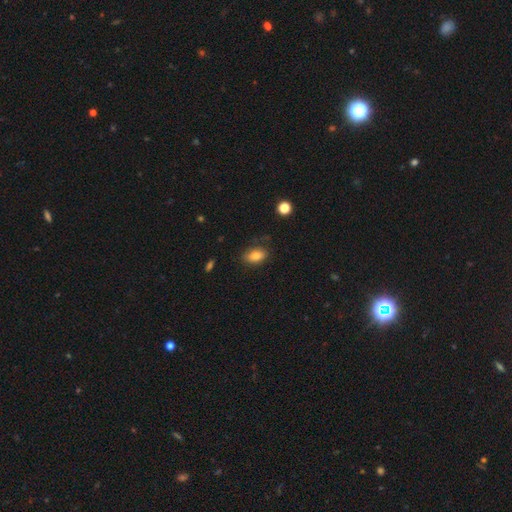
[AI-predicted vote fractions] Smooth or featured: smooth — 82% (featured or disk — 9%)
How rounded: in between — 88% (round — 9%)
Merging: none — 77% (minor disturbance — 17%)